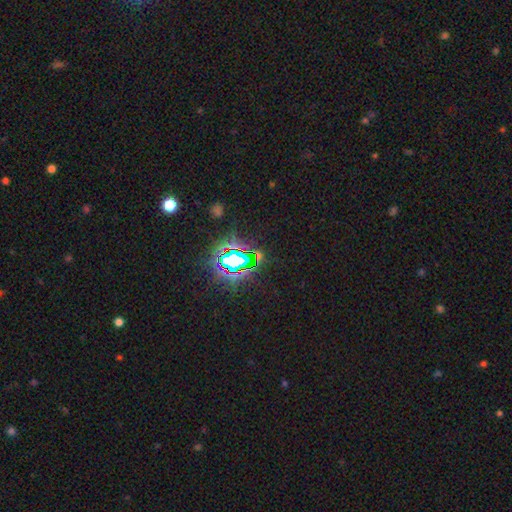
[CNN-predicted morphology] A star or artifact, not a galaxy (78%).

Vote fractions:
- Smooth or featured? star or artifact: 78% / smooth: 13% / featured or disk: 10%